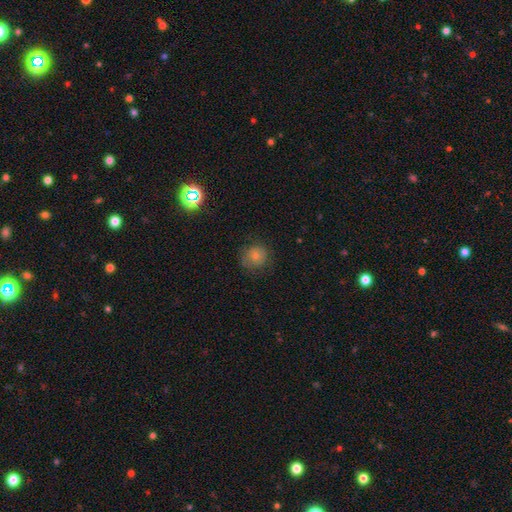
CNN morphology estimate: Smooth or featured?
  - smooth: 79% *
  - star or artifact: 11%
  - featured or disk: 10%
How rounded?
  - round: 89% *
  - in between: 10%
  - cigar-shaped: 1%
Merging?
  - none: 77% *
  - minor disturbance: 16%
  - major disturbance: 6%
  - merger: 1%